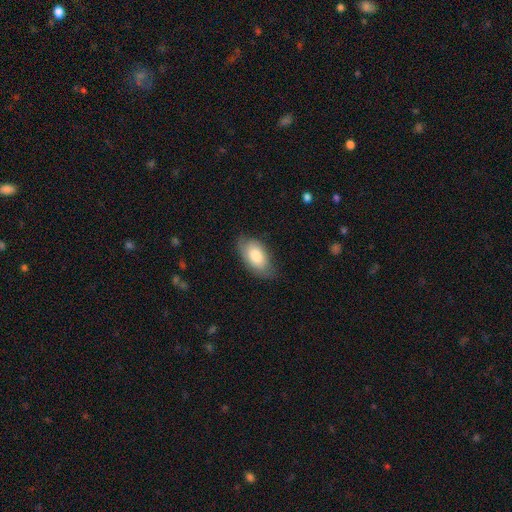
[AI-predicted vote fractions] The model was most divided on "merging": none: 71%, minor disturbance: 23%, major disturbance: 5%, merger: 1%. More confident: how rounded — in between (93%); smooth or featured — smooth (76%).